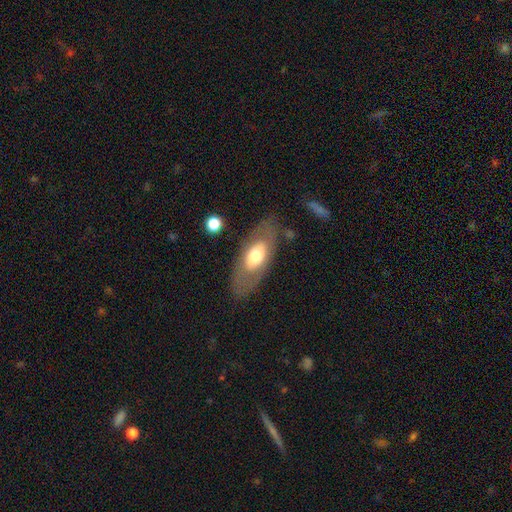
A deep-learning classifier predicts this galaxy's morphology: A smooth galaxy with no disk features (51%) that is in between round and cigar-shaped (85%).

Vote fractions:
- Smooth or featured? smooth: 51% / featured or disk: 43% / star or artifact: 6%
- How rounded? in between: 85% / cigar-shaped: 11% / round: 4%
- Merging? none: 78% / minor disturbance: 14% / major disturbance: 6% / merger: 2%